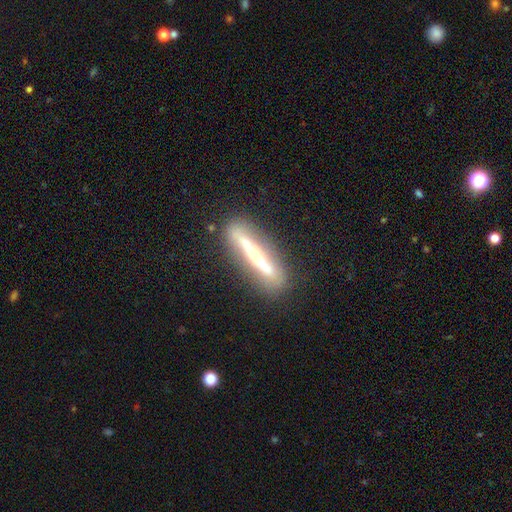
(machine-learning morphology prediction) This appears to be a featured or disk galaxy (69%) viewed edge-on (85%) with a rounded central bulge (80%). Merging: none (83%).